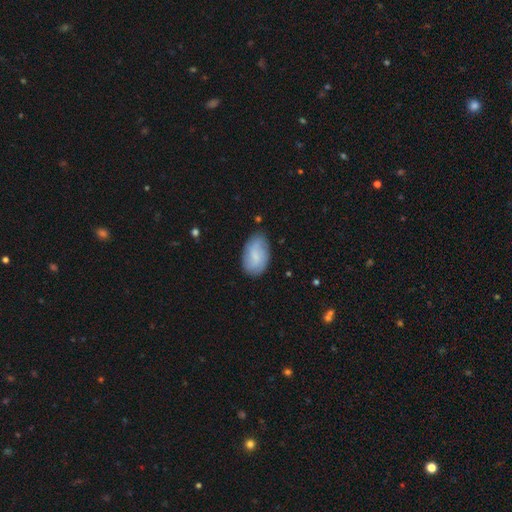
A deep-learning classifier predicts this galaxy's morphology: Smooth or featured? Predicted: smooth (p=0.63). How rounded? Predicted: in between (p=0.92). Merging? Predicted: none (p=0.76).